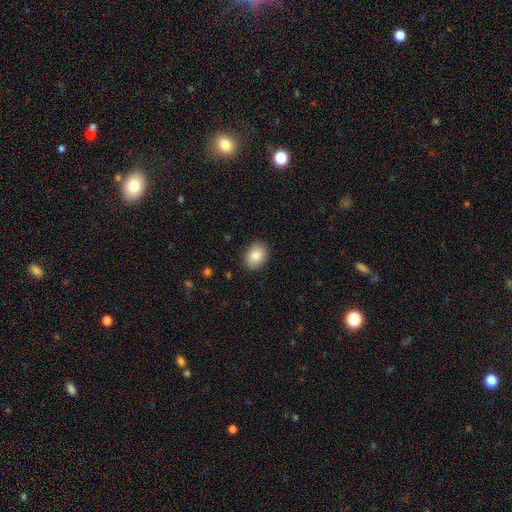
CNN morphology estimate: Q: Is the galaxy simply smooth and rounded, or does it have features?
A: smooth — 86%.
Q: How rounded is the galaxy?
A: in between — 71%.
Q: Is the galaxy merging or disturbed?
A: none — 88%.